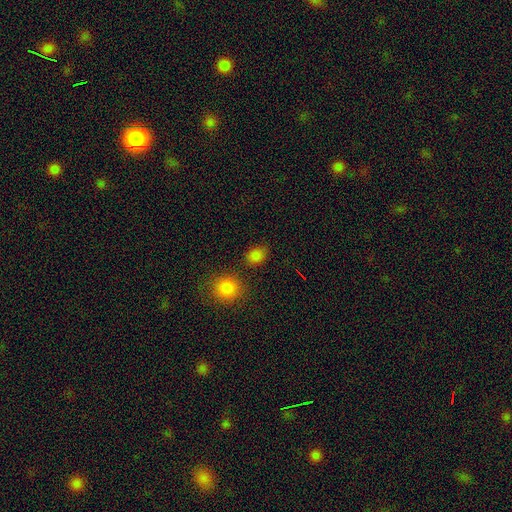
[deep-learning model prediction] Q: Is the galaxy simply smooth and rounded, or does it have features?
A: smooth — 80%.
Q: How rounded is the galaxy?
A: in between — 51%.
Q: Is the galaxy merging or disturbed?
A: none — 75%.